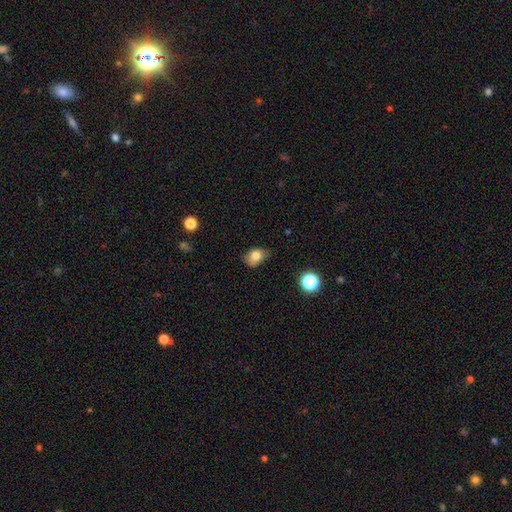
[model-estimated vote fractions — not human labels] Q: Smooth or featured?
A: smooth (79%); runner-up: featured or disk (11%)
Q: How rounded?
A: in between (73%); runner-up: round (26%)
Q: Merging?
A: none (59%); runner-up: minor disturbance (32%)